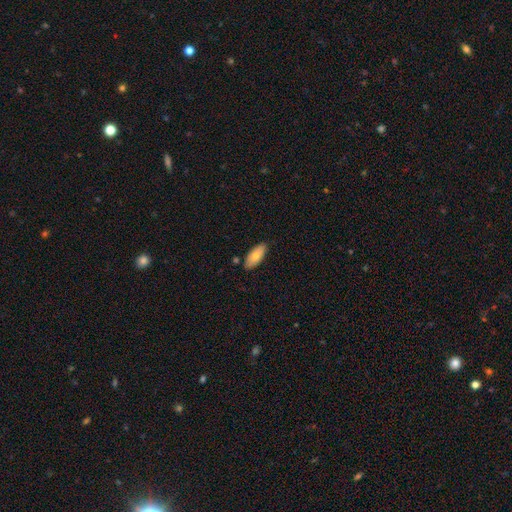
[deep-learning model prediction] smooth 76%, featured or disk 18%, star or artifact 6%. Down the decision tree: how rounded — in between (84%); merging — none (83%).